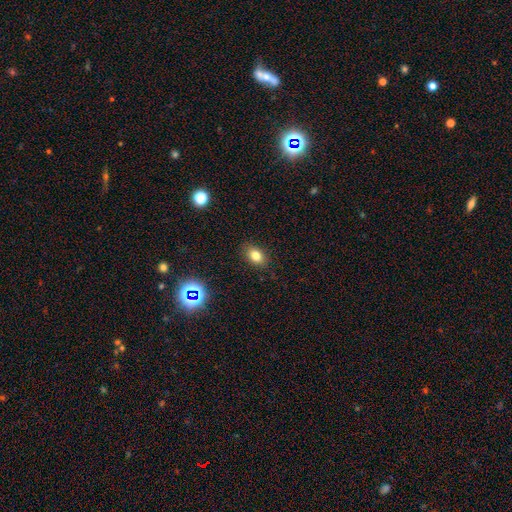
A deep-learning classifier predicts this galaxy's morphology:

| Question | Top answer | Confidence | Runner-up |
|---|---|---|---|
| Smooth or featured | smooth | 79% | star or artifact (13%) |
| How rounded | in between | 77% | round (22%) |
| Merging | none | 86% | minor disturbance (10%) |